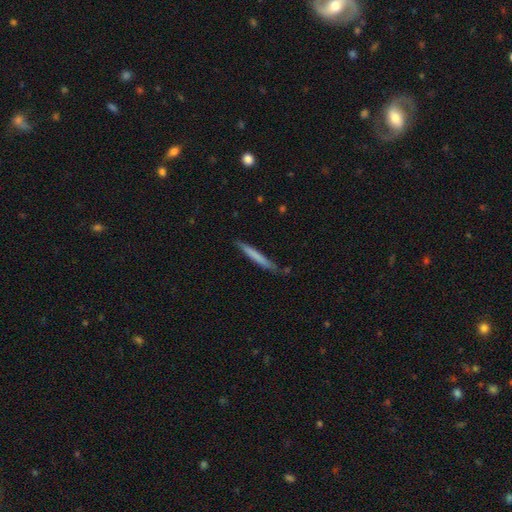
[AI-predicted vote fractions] The model was most divided on "smooth or featured": smooth: 67%, featured or disk: 27%, star or artifact: 6%. More confident: how rounded — cigar-shaped (96%); merging — none (83%).